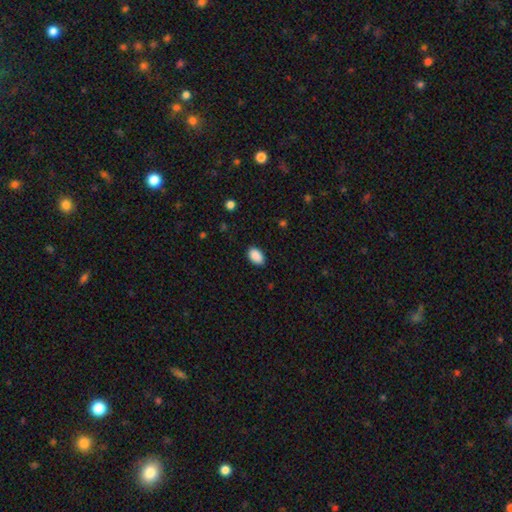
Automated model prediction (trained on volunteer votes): A smooth galaxy with no disk features (90%) that is in between round and cigar-shaped (90%). Merging: none (86%).